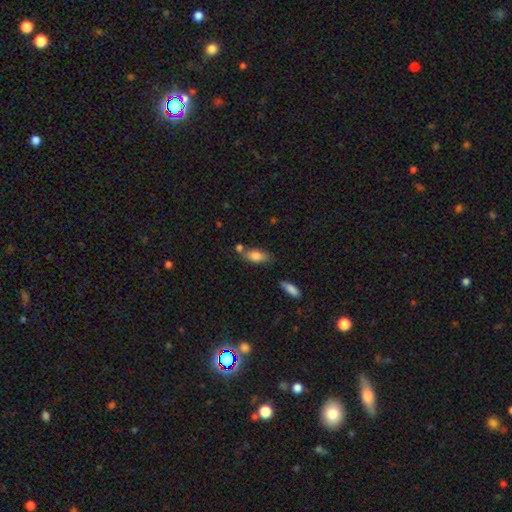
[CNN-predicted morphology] This is clearly a smooth galaxy (81%). How rounded: clearly in between (82%). Merging: possibly none (58%).